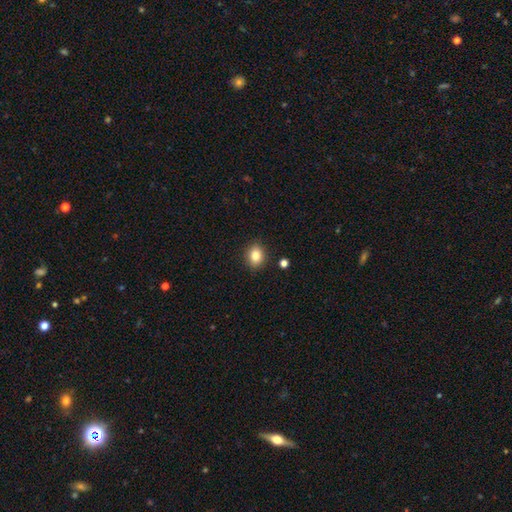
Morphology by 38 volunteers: smooth 84%, featured or disk 11%, star or artifact 5%. Down the decision tree: how rounded — in between (59%); merging — none (89%).